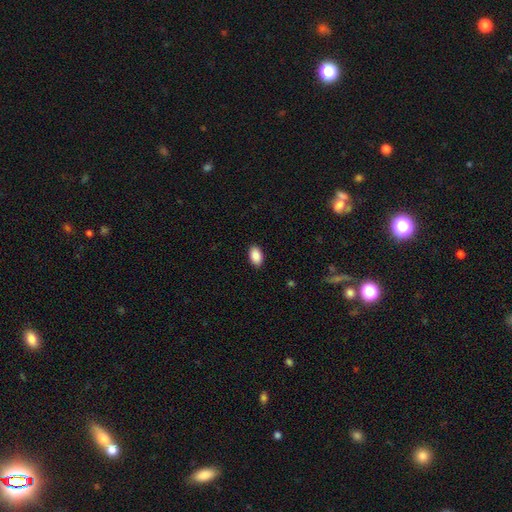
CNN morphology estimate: A smooth galaxy with no disk features (89%) that is in between round and cigar-shaped (93%). Merging: none (89%).